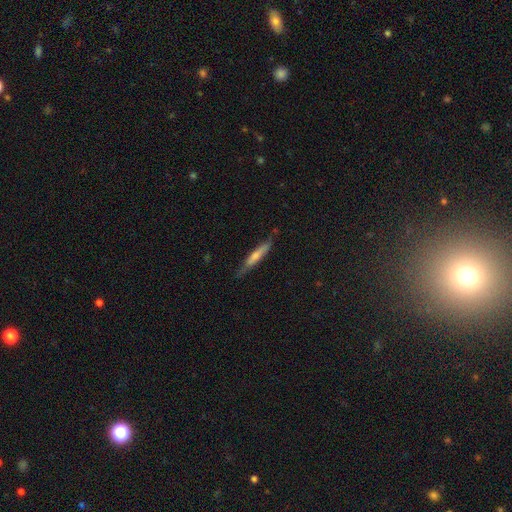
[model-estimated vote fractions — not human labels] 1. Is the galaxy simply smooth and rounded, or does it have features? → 60% smooth, 34% featured or disk, 6% star or artifact.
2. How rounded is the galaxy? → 90% cigar-shaped, 8% in between, 1% round.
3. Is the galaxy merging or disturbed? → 73% none, 21% minor disturbance, 4% major disturbance, 2% merger.